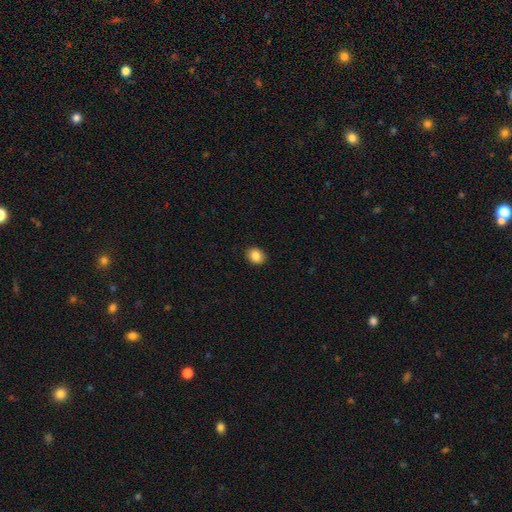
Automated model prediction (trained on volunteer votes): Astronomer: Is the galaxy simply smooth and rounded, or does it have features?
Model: smooth — 87%.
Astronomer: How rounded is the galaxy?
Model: round — 51% (runner-up: in between, 48%).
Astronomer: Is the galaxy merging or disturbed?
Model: none — 90%.